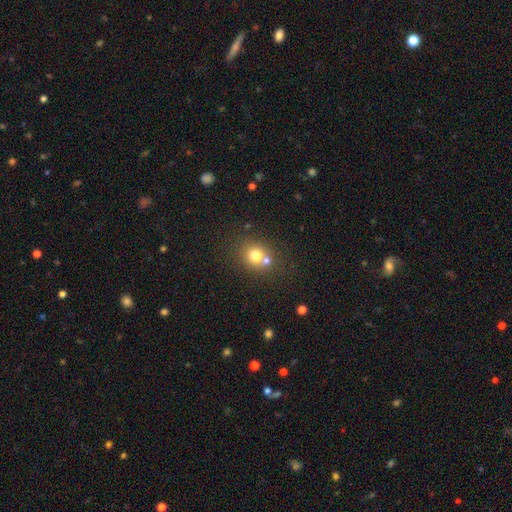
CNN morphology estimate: Smooth or featured? smooth (75%)
How rounded? round (81%)
Merging? none (53%)